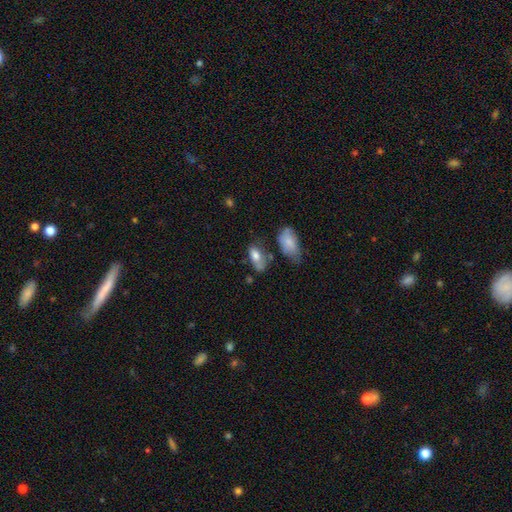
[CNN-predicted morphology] Smooth or featured?
  - smooth: 75% *
  - featured or disk: 17%
  - star or artifact: 8%
How rounded?
  - in between: 90% *
  - cigar-shaped: 5%
  - round: 5%
Merging?
  - none: 40% *
  - minor disturbance: 32%
  - major disturbance: 15%
  - merger: 13%